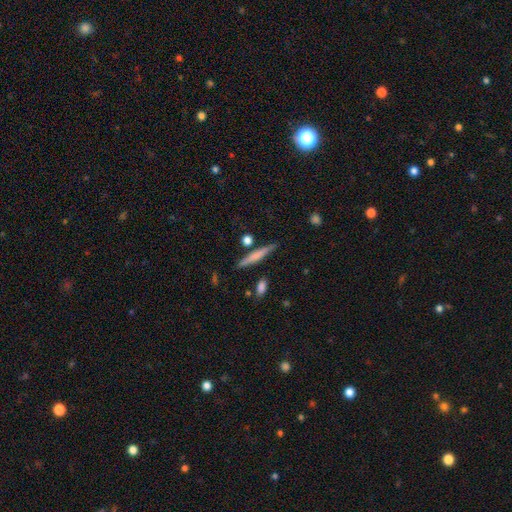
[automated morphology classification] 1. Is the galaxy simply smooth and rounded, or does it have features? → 57% smooth, 36% featured or disk, 6% star or artifact.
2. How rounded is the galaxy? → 92% cigar-shaped, 5% in between, 2% round.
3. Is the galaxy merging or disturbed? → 82% none, 11% minor disturbance, 5% merger, 2% major disturbance.